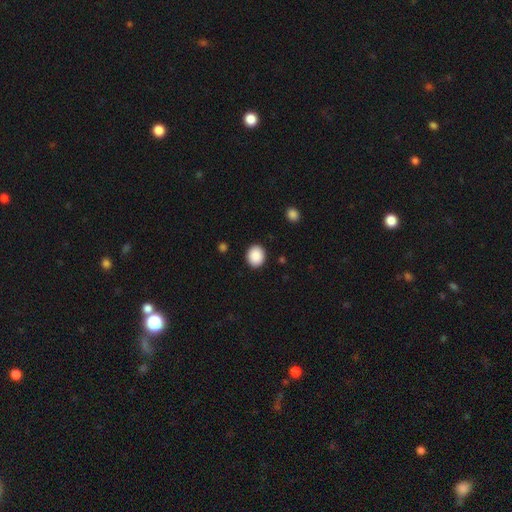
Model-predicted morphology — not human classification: Smooth or featured? Predicted: smooth (p=0.90). How rounded? Predicted: round (p=0.68). Merging? Predicted: none (p=0.91).